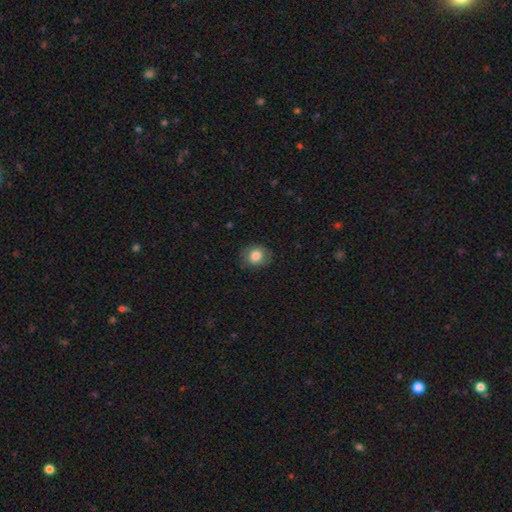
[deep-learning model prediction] smooth-or-featured: smooth: 81% | featured or disk: 11% | star or artifact: 8%
  how-rounded: round: 60% | in between: 39% | cigar-shaped: 1%
  merging: none: 79% | minor disturbance: 16% | major disturbance: 4% | merger: 1%